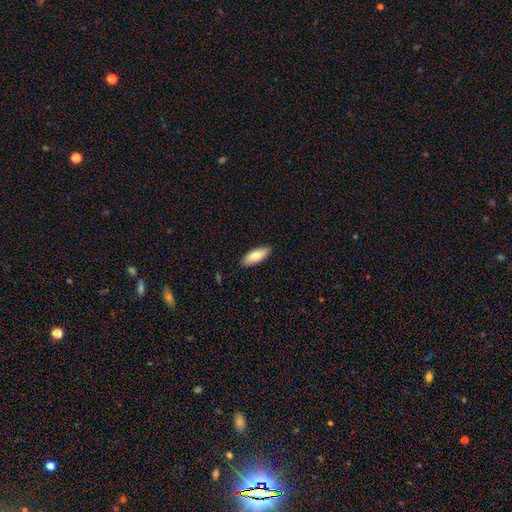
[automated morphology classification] Overall: smooth (75%). How rounded: in between (75%). Merging: none (88%).